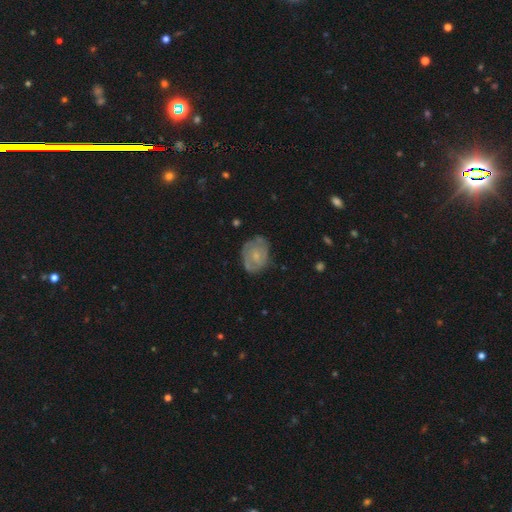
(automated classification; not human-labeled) A featured or disk galaxy (49%). Merging: none (62%).